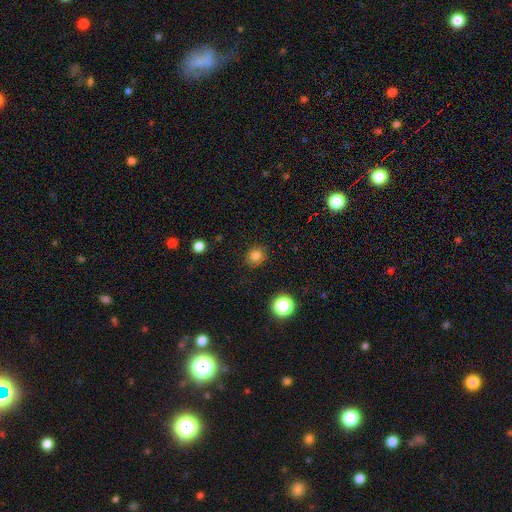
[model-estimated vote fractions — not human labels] smooth 81%, star or artifact 13%, featured or disk 6%. Down the decision tree: how rounded — round (81%); merging — none (87%).